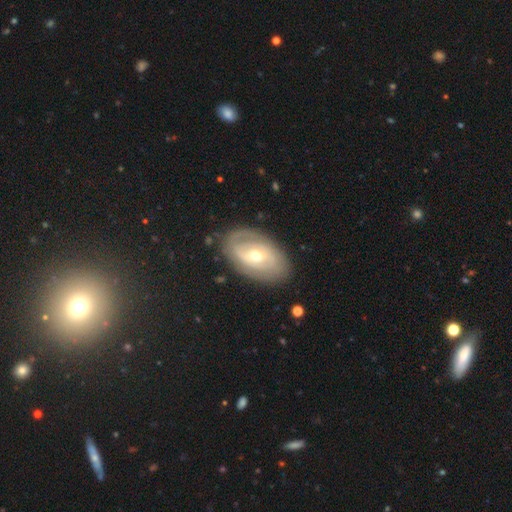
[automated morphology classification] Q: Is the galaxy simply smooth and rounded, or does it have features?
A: featured or disk — 71%.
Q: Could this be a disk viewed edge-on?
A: no — 93%.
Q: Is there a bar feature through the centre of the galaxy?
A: no — 51%.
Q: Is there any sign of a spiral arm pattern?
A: yes — 67%.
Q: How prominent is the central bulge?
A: moderate — 53%.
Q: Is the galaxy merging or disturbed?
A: none — 79%.